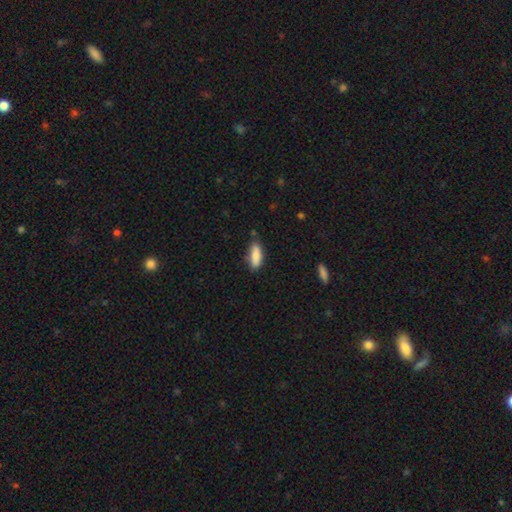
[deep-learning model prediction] Smooth or featured: smooth — 84% (featured or disk — 9%)
How rounded: in between — 69% (cigar-shaped — 29%)
Merging: none — 77% (minor disturbance — 18%)